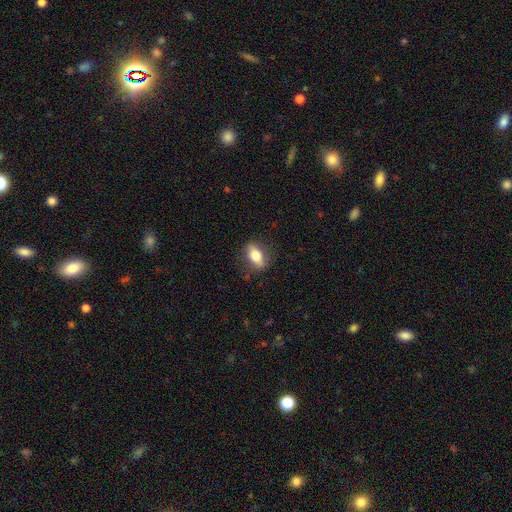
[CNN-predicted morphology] This appears to be a smooth galaxy with no disk features (67%) that is in between round and cigar-shaped (75%). Merging: none (81%).